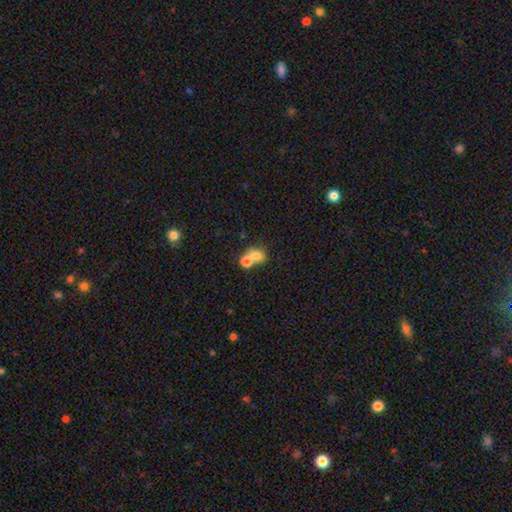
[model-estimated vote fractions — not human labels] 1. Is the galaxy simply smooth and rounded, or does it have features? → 73% smooth, 15% featured or disk, 12% star or artifact.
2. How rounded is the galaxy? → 53% round, 46% in between, 1% cigar-shaped.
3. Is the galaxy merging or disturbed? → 61% merger, 27% none, 7% minor disturbance, 5% major disturbance.